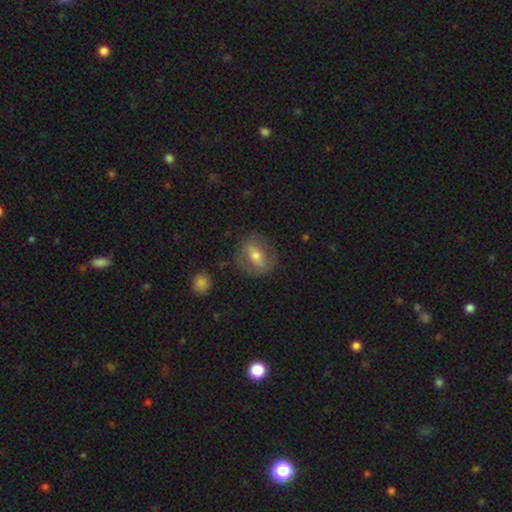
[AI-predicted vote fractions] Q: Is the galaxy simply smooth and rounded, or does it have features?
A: featured or disk — 48%.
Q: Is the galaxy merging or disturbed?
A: none — 78%.